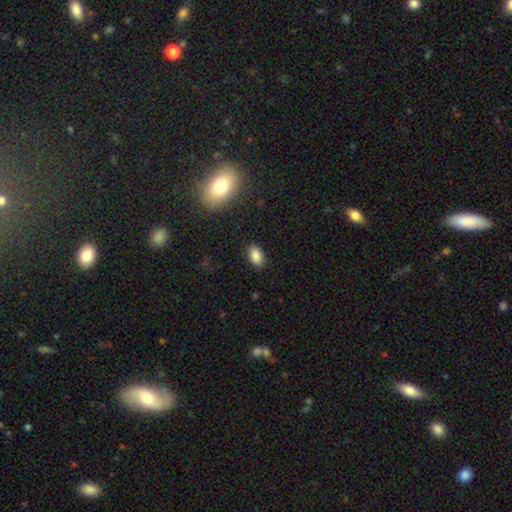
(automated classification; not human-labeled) smooth 87%, star or artifact 9%, featured or disk 4%. Down the decision tree: how rounded — in between (89%); merging — none (87%).